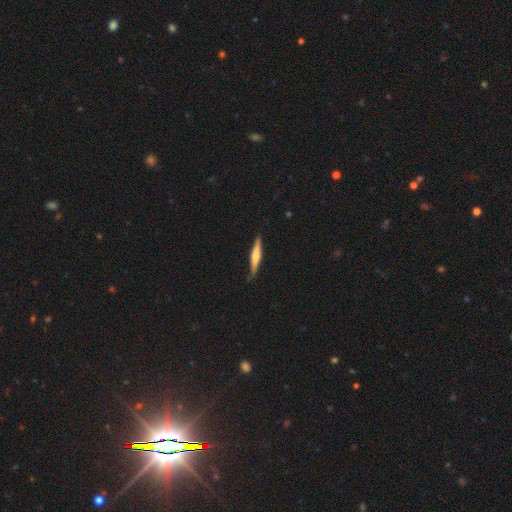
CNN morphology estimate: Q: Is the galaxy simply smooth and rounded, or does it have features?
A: smooth — 50%.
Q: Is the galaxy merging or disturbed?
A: none — 82%.